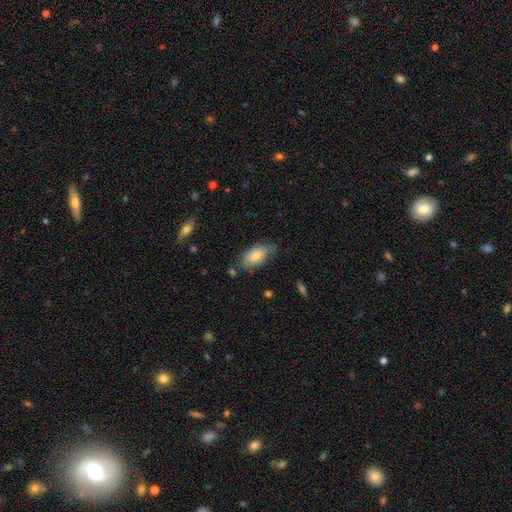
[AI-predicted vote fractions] This is likely a smooth galaxy (77%). How rounded: clearly in between (91%). Merging: likely none (66%).